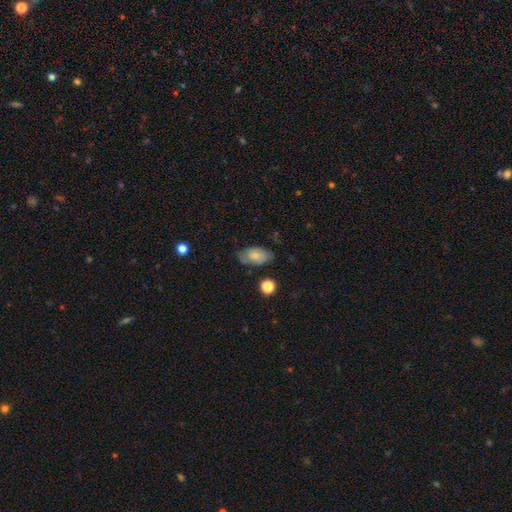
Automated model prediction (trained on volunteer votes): Morphology: type=smooth (69%); roundness=in between (91%); merging=none (67%).